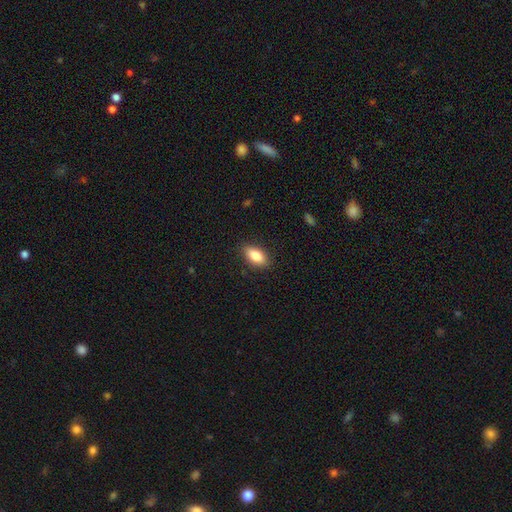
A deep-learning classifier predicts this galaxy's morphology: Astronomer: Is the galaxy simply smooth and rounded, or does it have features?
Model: smooth — 85%.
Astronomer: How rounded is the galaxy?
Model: in between — 89%.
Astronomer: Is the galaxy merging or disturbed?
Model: none — 87%.